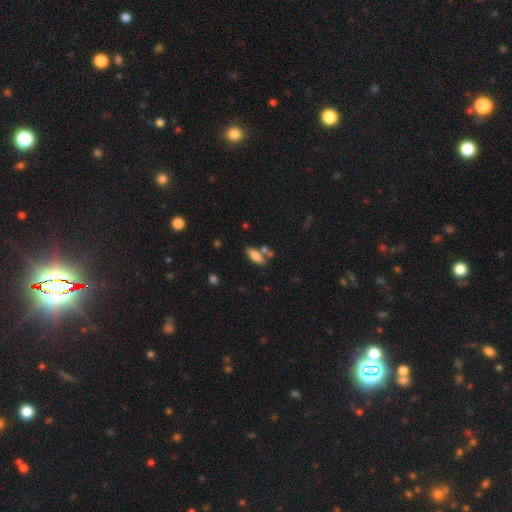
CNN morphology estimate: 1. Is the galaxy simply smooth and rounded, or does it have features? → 80% smooth, 12% featured or disk, 8% star or artifact.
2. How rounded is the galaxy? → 79% in between, 18% cigar-shaped, 2% round.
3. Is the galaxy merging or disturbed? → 61% none, 21% merger, 14% minor disturbance, 4% major disturbance.